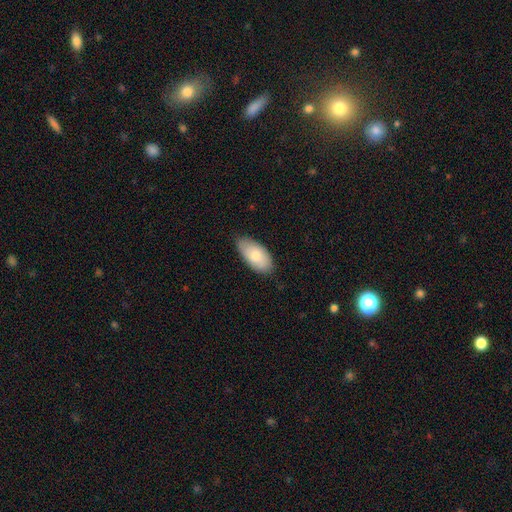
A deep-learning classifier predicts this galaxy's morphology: Q: Smooth or featured?
A: smooth (77%); runner-up: featured or disk (18%)
Q: How rounded?
A: in between (94%); runner-up: cigar-shaped (3%)
Q: Merging?
A: none (77%); runner-up: minor disturbance (19%)